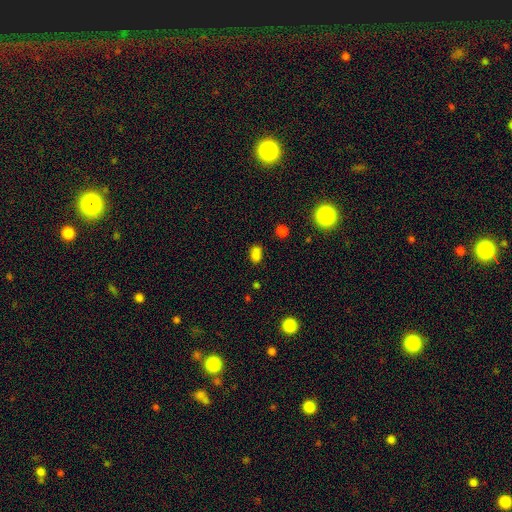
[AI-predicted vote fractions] This appears to be a smooth galaxy with no disk features (76%) that is in between round and cigar-shaped (81%). Merging: none (69%).